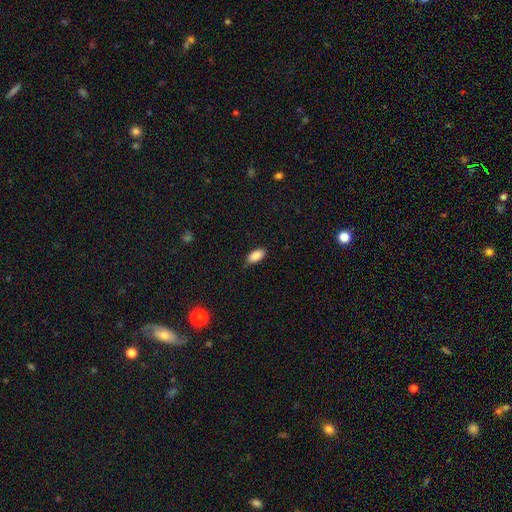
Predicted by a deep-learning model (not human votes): The model was most divided on "merging": none: 84%, minor disturbance: 13%, major disturbance: 2%, merger: 1%. More confident: how rounded — in between (92%); smooth or featured — smooth (88%).